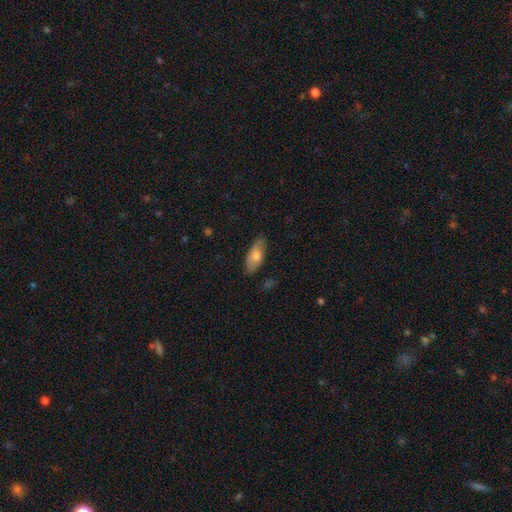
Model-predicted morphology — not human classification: A smooth galaxy with no disk features (70%) that is in between round and cigar-shaped (85%).

Vote fractions:
- Smooth or featured? smooth: 70% / featured or disk: 25% / star or artifact: 6%
- How rounded? in between: 85% / cigar-shaped: 12% / round: 3%
- Merging? none: 81% / minor disturbance: 15% / major disturbance: 3% / merger: 1%